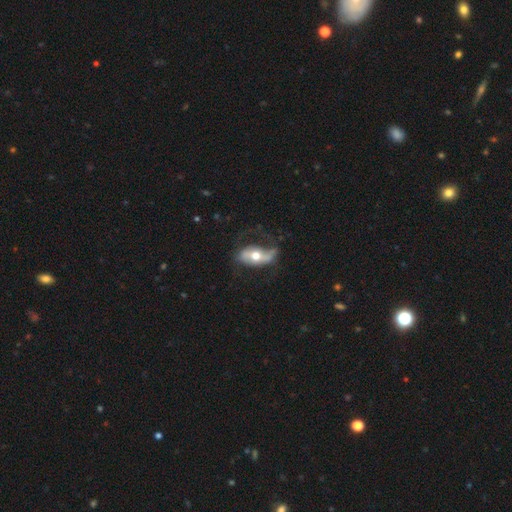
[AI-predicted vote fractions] Smooth or featured?
  - featured or disk: 62% *
  - smooth: 32%
  - star or artifact: 6%
Edge-on disk?
  - no: 81% *
  - yes: 19%
Bar?
  - no: 49% *
  - strong: 27%
  - weak: 24%
Spiral arms?
  - yes: 65% *
  - no: 35%
Bulge size?
  - moderate: 75% *
  - large: 13%
  - small: 9%
  - dominant: 1%
  - none: 1%
Merging?
  - none: 50% *
  - minor disturbance: 26%
  - major disturbance: 21%
  - merger: 3%